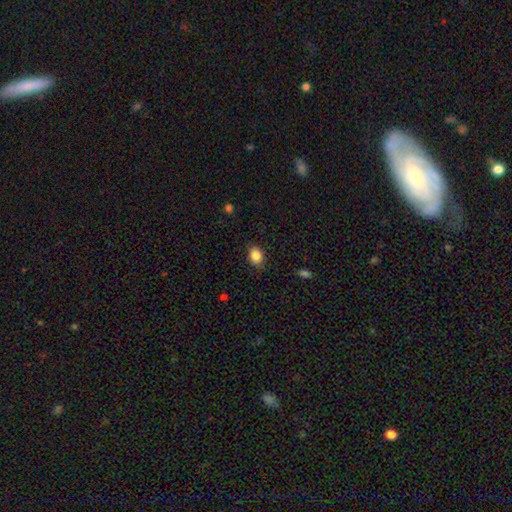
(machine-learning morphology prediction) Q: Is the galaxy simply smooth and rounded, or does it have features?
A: smooth — 86%.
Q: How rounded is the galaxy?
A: in between — 66%.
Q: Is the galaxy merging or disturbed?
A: none — 83%.